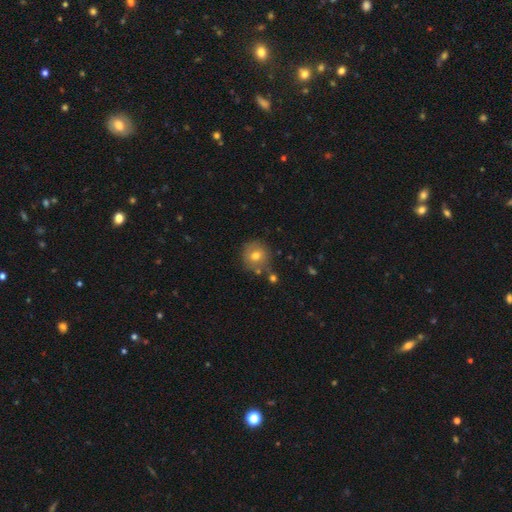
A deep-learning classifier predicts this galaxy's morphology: This appears to be a smooth galaxy with no disk features (72%) that is round (91%). Merging: none (72%).